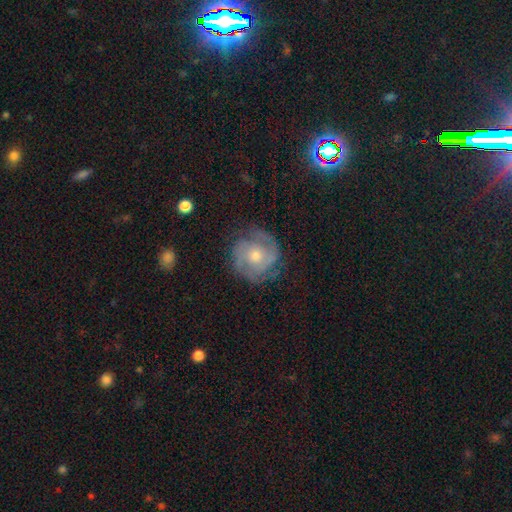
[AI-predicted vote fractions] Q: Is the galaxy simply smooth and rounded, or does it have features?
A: featured or disk — 78%.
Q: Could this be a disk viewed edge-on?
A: no — 97%.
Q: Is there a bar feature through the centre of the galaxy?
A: no — 75%.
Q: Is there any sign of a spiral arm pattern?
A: yes — 93%.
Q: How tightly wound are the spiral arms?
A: tight — 57%.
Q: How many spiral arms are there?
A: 2 — 37%.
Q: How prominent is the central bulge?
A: moderate — 62%.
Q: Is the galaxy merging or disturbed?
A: none — 75%.